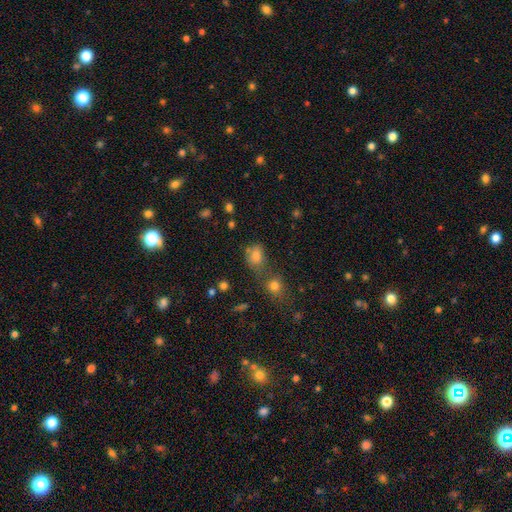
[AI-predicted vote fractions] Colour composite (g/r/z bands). It shows a smooth galaxy with no disk features (76%) that is in between round and cigar-shaped (63%). Merging: none (47%).